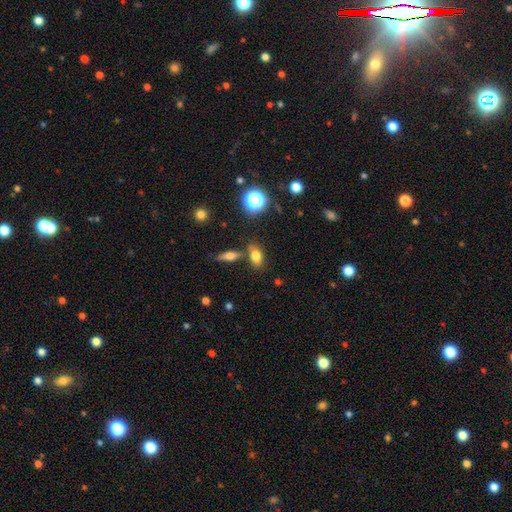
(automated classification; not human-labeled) Q: Smooth or featured?
A: smooth (74%); runner-up: star or artifact (13%)
Q: How rounded?
A: in between (76%); runner-up: round (19%)
Q: Merging?
A: none (66%); runner-up: merger (18%)